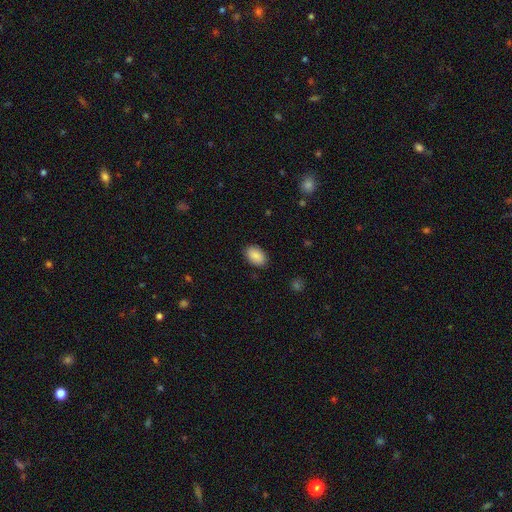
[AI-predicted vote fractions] smooth-or-featured: smooth: 88% | star or artifact: 7% | featured or disk: 5%
  how-rounded: in between: 89% | round: 10% | cigar-shaped: 1%
  merging: none: 87% | minor disturbance: 10% | major disturbance: 2% | merger: 1%